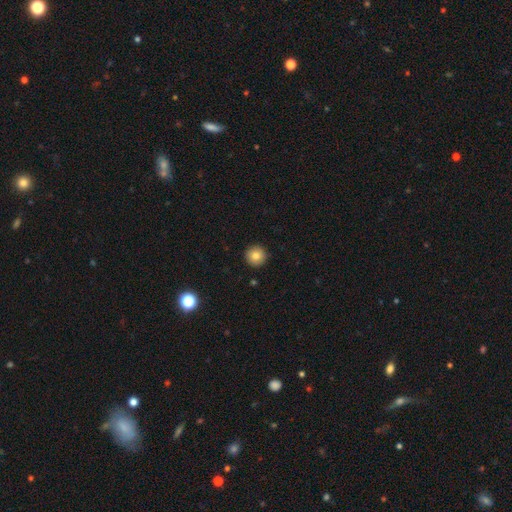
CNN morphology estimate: A smooth galaxy with no disk features (82%) that is round (96%).

Vote fractions:
- Smooth or featured? smooth: 82% / star or artifact: 10% / featured or disk: 8%
- How rounded? round: 96% / in between: 3% / cigar-shaped: 1%
- Merging? none: 93% / minor disturbance: 5% / major disturbance: 1% / merger: 1%